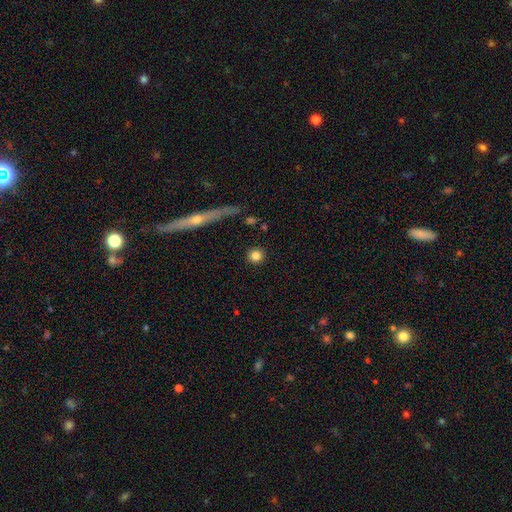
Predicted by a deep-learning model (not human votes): This is clearly a smooth galaxy (82%). How rounded: clearly round (93%). Merging: clearly none (90%).